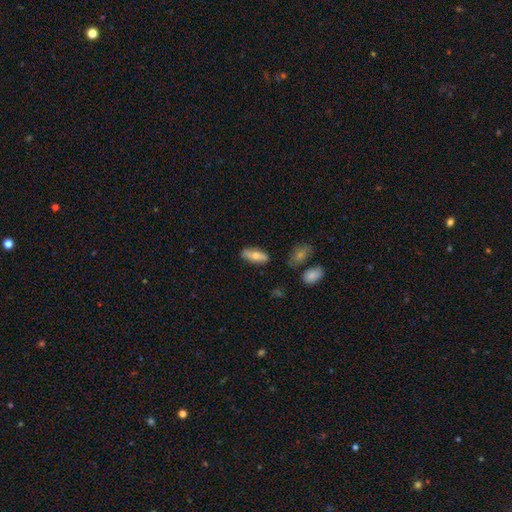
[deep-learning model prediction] Q: Smooth or featured?
A: smooth (66%); runner-up: featured or disk (27%)
Q: How rounded?
A: in between (73%); runner-up: cigar-shaped (24%)
Q: Merging?
A: none (83%); runner-up: minor disturbance (12%)